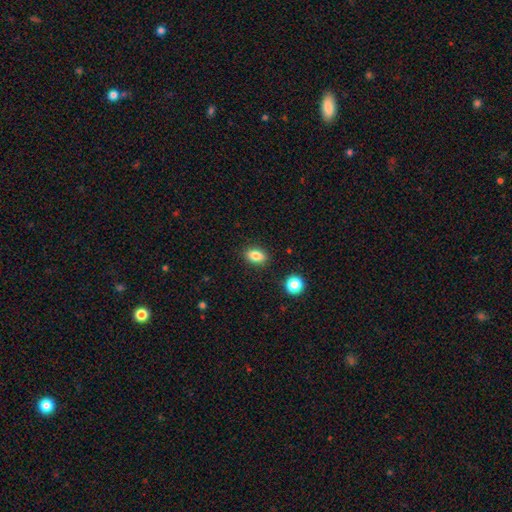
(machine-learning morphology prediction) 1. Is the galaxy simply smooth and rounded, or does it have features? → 84% smooth, 9% star or artifact, 6% featured or disk.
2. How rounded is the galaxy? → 82% in between, 16% round, 2% cigar-shaped.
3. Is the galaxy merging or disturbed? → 88% none, 8% minor disturbance, 2% major disturbance, 2% merger.